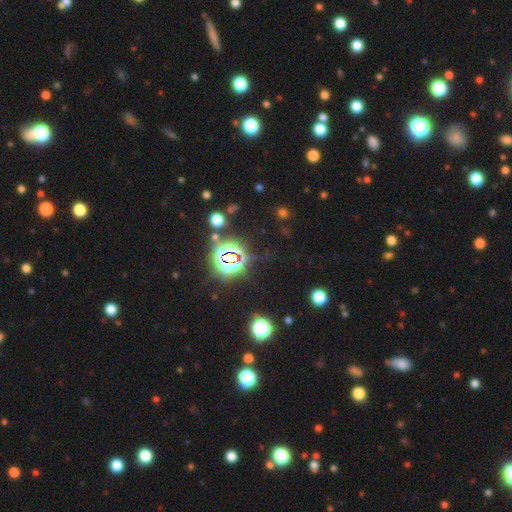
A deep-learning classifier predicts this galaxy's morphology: Smooth or featured?
  - star or artifact: 77% *
  - smooth: 16%
  - featured or disk: 7%